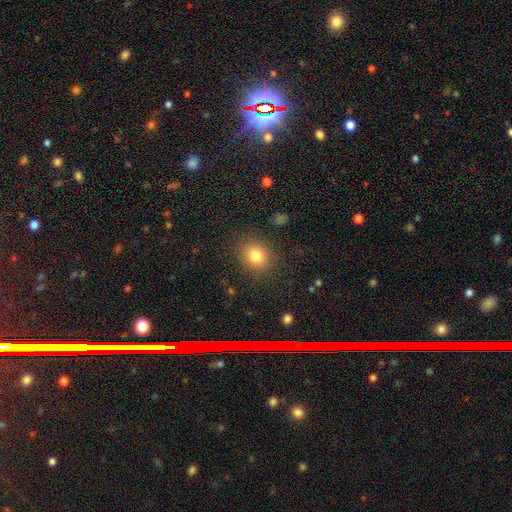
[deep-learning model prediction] Smooth or featured? Predicted: smooth (p=0.81). How rounded? Predicted: round (p=0.68). Merging? Predicted: none (p=0.85).